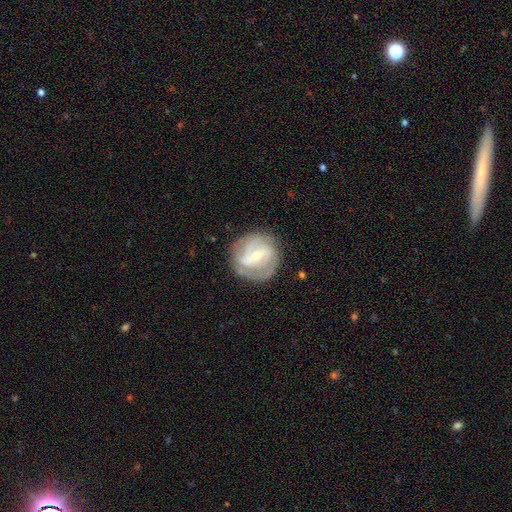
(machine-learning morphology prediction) smooth-or-featured: featured or disk: 83% | smooth: 12% | star or artifact: 5%
  disk-edge-on: no: 97% | yes: 3%
    bar: strong: 46% | weak: 41% | no: 13%
    has-spiral-arms: yes: 92% | no: 8%
      spiral-winding: tight: 52% | medium: 37% | loose: 11%
      spiral-arm-count: 2: 58% | can't tell: 18% | 3: 15% | 4: 3% | 1: 3% | more than 4: 2%
    bulge-size: small: 52% | moderate: 45% | large: 2% | none: 1% | dominant: 1%
  merging: none: 80% | minor disturbance: 13% | major disturbance: 5% | merger: 1%